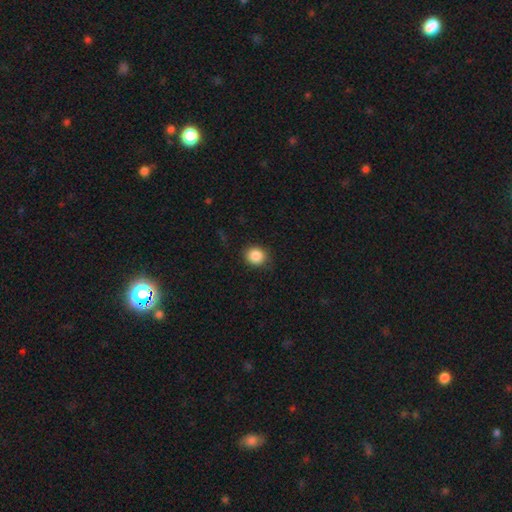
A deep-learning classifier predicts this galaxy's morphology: Smooth or featured: smooth — 88% (star or artifact — 9%)
How rounded: round — 78% (in between — 21%)
Merging: none — 85% (minor disturbance — 11%)